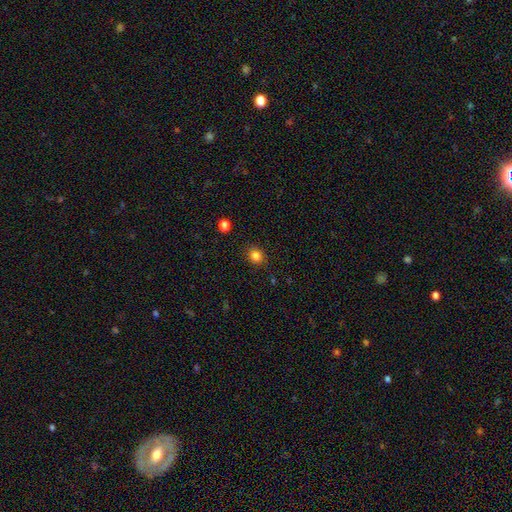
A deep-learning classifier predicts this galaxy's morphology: This is clearly a smooth galaxy (83%). How rounded: likely round (78%). Merging: clearly none (88%).